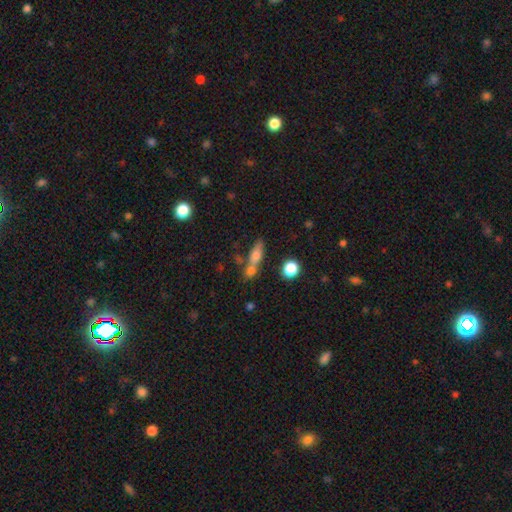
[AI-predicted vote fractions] The model was most divided on "how rounded": in between: 45%, cigar-shaped: 44%, round: 11%. Remaining: smooth or featured — smooth (67%); merging — none (45%).